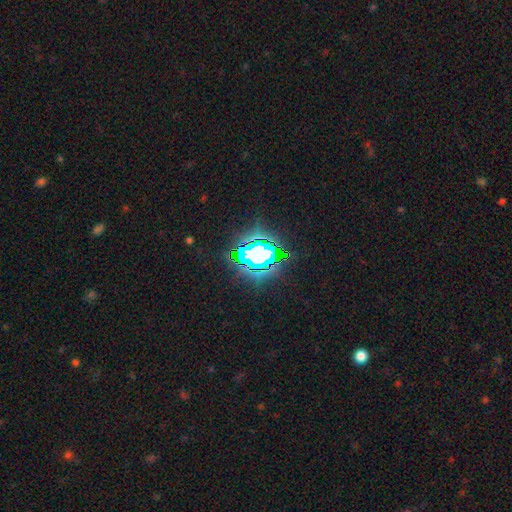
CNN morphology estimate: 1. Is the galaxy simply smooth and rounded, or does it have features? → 71% star or artifact, 15% smooth, 15% featured or disk.